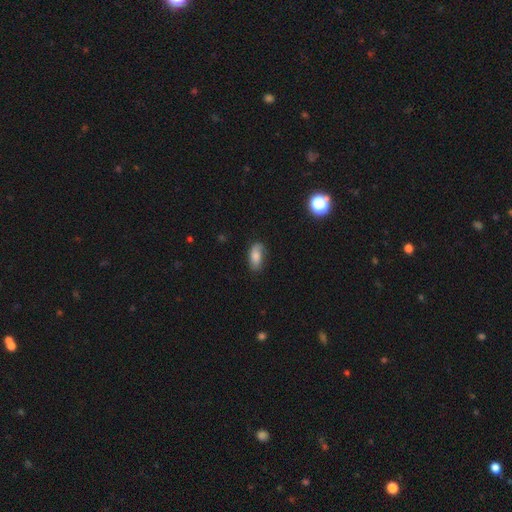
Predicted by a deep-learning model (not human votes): A smooth galaxy with no disk features (77%) that is in between round and cigar-shaped (89%).

Vote fractions:
- Smooth or featured? smooth: 77% / featured or disk: 15% / star or artifact: 8%
- How rounded? in between: 89% / cigar-shaped: 8% / round: 3%
- Merging? none: 70% / minor disturbance: 23% / major disturbance: 5% / merger: 2%